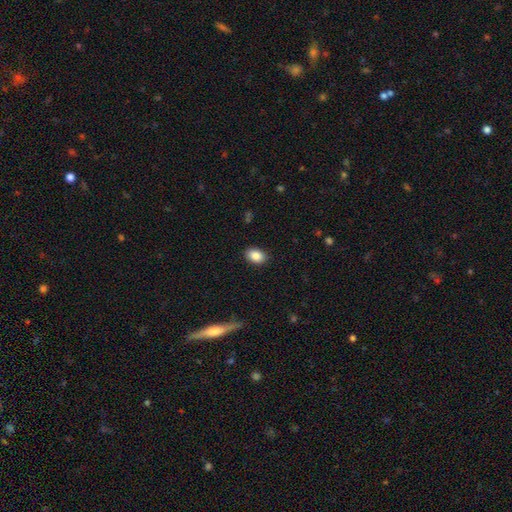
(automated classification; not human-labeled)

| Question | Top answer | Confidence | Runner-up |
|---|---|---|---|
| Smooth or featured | smooth | 87% | star or artifact (8%) |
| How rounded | in between | 82% | round (17%) |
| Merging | none | 89% | minor disturbance (8%) |